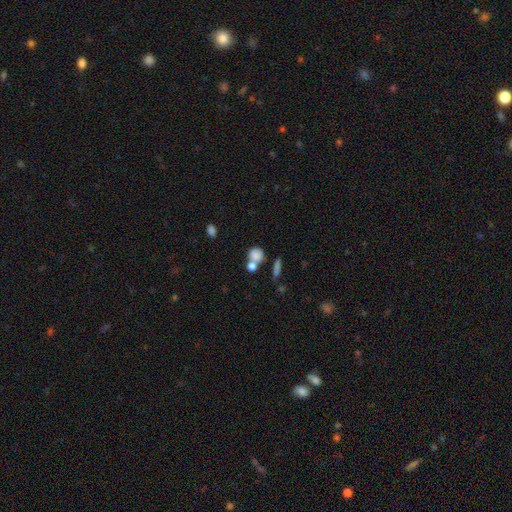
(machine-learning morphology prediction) This appears to be a smooth galaxy with no disk features (80%) that is round (72%). Merging: none (44%).